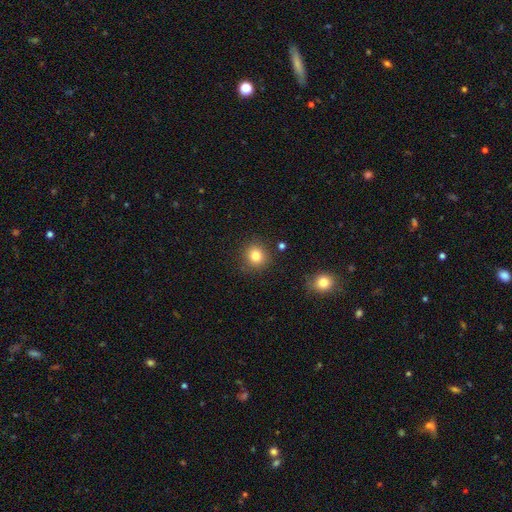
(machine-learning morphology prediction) Q: Smooth or featured?
A: smooth (81%); runner-up: star or artifact (12%)
Q: How rounded?
A: round (89%); runner-up: in between (10%)
Q: Merging?
A: none (88%); runner-up: minor disturbance (8%)